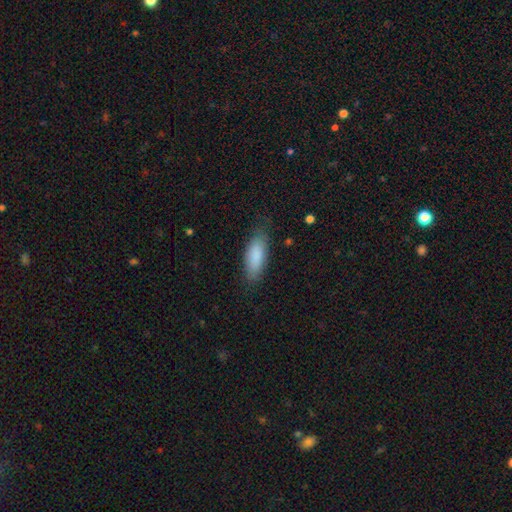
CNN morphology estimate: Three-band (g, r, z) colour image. It shows a smooth galaxy with no disk features (88%) that is in between round and cigar-shaped (74%). Merging: none (81%).